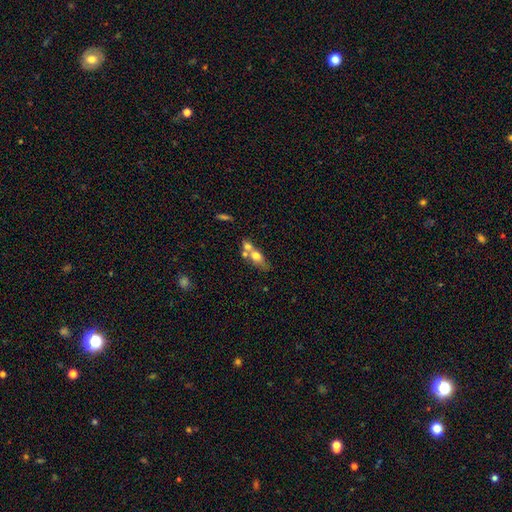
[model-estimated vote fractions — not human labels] Morphology: type=smooth (61%); roundness=in between (61%); merging=merger (56%).